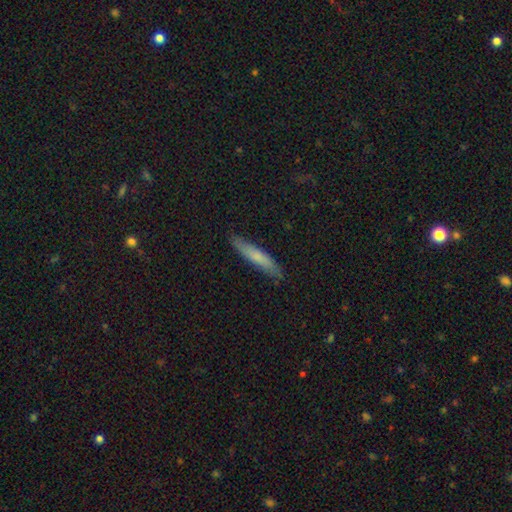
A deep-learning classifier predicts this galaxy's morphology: smooth-or-featured: smooth: 68% | featured or disk: 26% | star or artifact: 6%
  how-rounded: cigar-shaped: 90% | in between: 9% | round: 1%
  merging: none: 85% | minor disturbance: 12% | major disturbance: 2% | merger: 1%